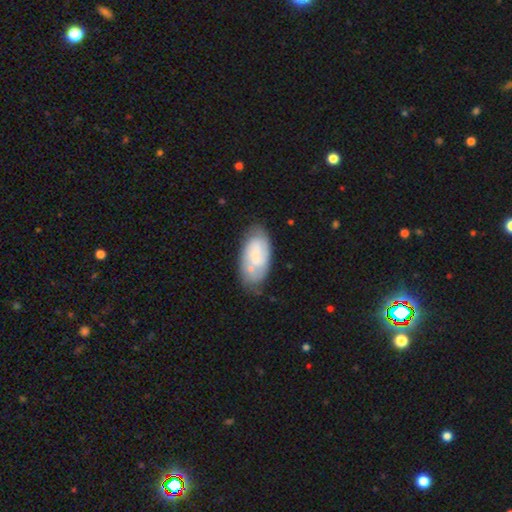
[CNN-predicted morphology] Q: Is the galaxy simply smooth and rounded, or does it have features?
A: smooth — 55%.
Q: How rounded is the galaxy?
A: in between — 93%.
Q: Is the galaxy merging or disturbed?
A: none — 59%.